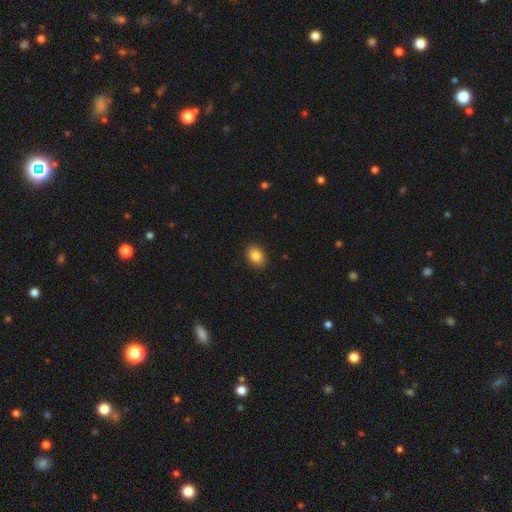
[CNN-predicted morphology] Smooth or featured? Predicted: smooth (p=0.86). How rounded? Predicted: in between (p=0.68). Merging? Predicted: none (p=0.89).